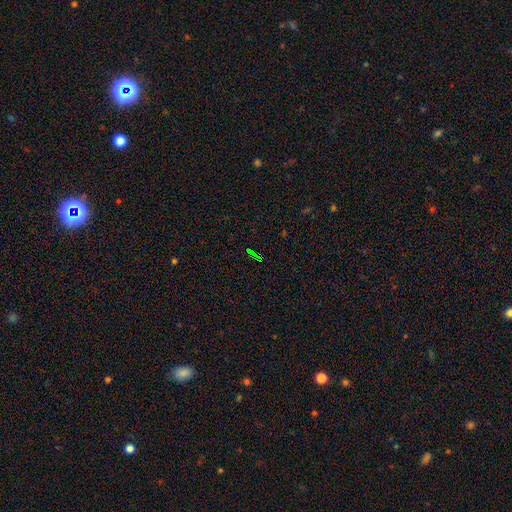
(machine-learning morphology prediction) This appears to be a star or artifact, not a galaxy (73%).